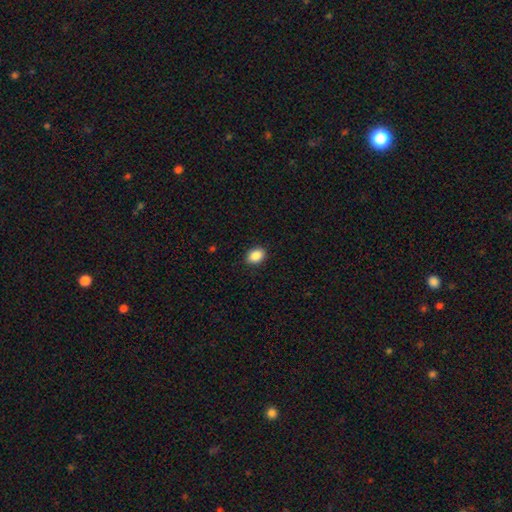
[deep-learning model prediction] The model was most divided on "how rounded": in between: 71%, round: 28%, cigar-shaped: 1%. More confident: merging — none (90%); smooth or featured — smooth (89%).